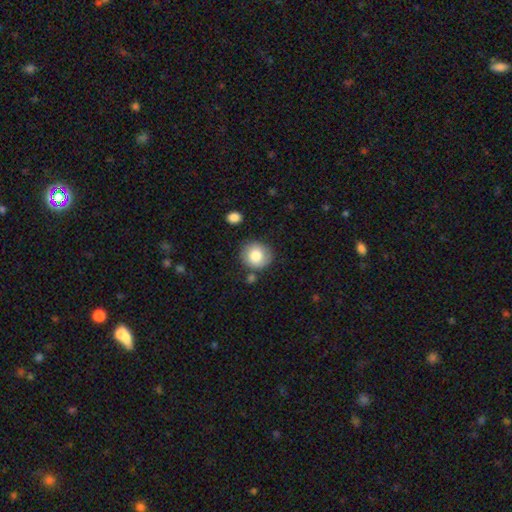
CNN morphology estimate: smooth_or_featured: smooth (p=0.79) [alt: featured or disk p=0.13]
how_rounded: round (p=0.87) [alt: in between p=0.12]
merging: none (p=0.79) [alt: minor disturbance p=0.13]